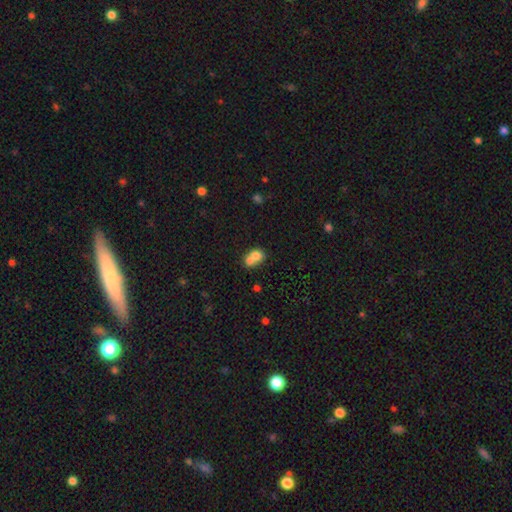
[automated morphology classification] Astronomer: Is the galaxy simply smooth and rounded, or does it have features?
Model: smooth — 71%.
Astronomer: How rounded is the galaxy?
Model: round — 57% (runner-up: in between, 41%).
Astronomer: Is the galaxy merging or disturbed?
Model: merger — 69%.